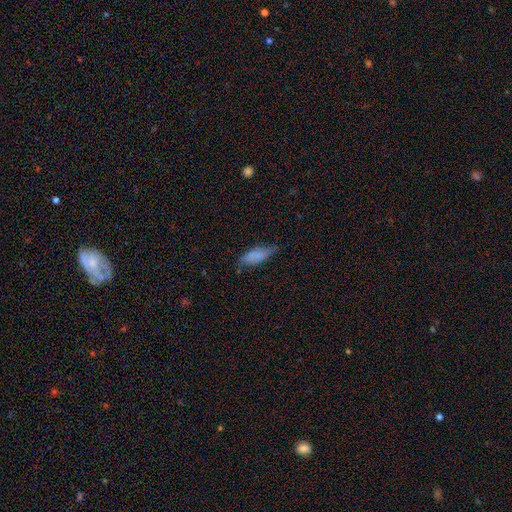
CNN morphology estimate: The model was most divided on "merging": none: 61%, minor disturbance: 30%, major disturbance: 7%, merger: 2%. More confident: smooth or featured — smooth (77%); how rounded — in between (71%).